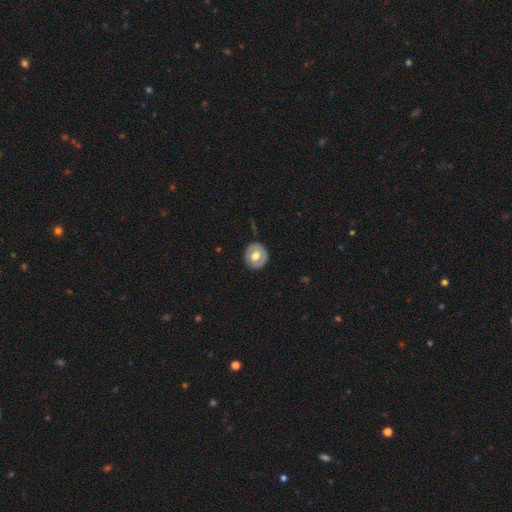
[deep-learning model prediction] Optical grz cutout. It shows a smooth galaxy with no disk features (61%) that is round (86%). Merging: none (87%).